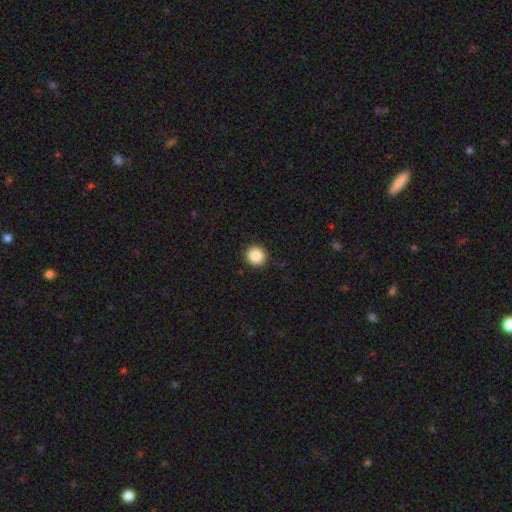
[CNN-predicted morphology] Smooth or featured?
  - smooth: 87% *
  - star or artifact: 9%
  - featured or disk: 4%
How rounded?
  - round: 91% *
  - in between: 8%
  - cigar-shaped: 1%
Merging?
  - none: 92% *
  - minor disturbance: 5%
  - major disturbance: 2%
  - merger: 1%